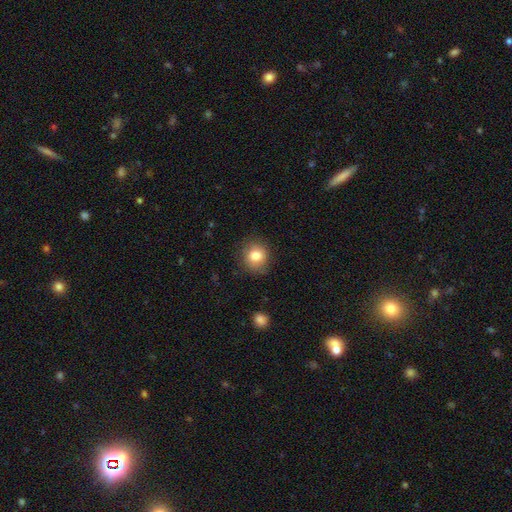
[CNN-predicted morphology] smooth-or-featured: smooth: 82% | star or artifact: 10% | featured or disk: 8%
  how-rounded: round: 84% | in between: 15% | cigar-shaped: 1%
  merging: none: 84% | minor disturbance: 11% | major disturbance: 3% | merger: 1%